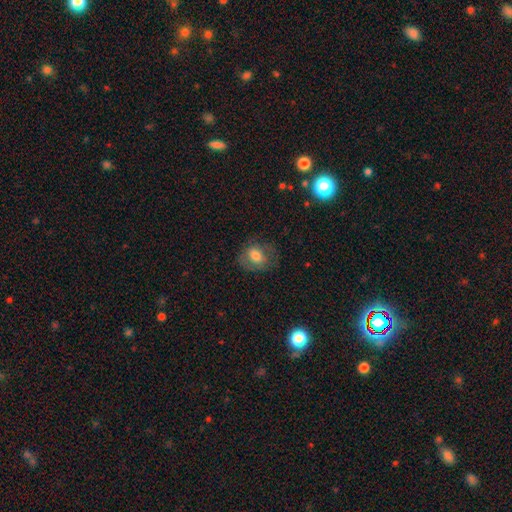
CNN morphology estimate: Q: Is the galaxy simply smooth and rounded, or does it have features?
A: smooth — 68%.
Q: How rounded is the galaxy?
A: round — 53%.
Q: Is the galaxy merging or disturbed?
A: none — 66%.